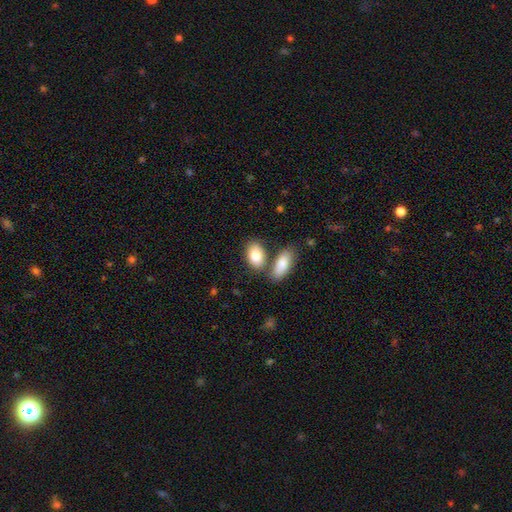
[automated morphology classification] A smooth galaxy with no disk features (85%) that is in between round and cigar-shaped (91%). Merging: none (54%).